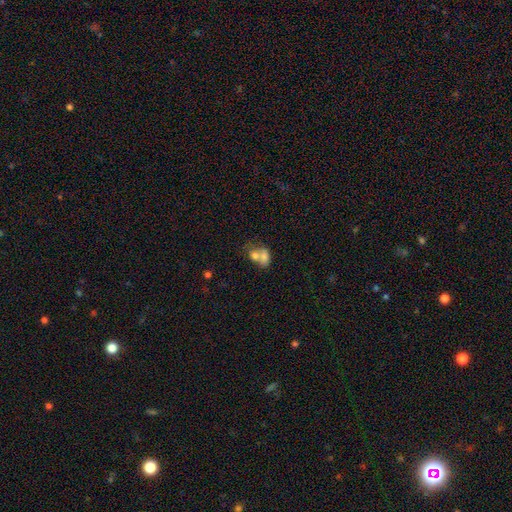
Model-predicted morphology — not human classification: A smooth galaxy with no disk features (71%) that is in between round and cigar-shaped (69%).

Vote fractions:
- Smooth or featured? smooth: 71% / featured or disk: 19% / star or artifact: 10%
- How rounded? in between: 69% / round: 30% / cigar-shaped: 2%
- Merging? merger: 70% / none: 17% / minor disturbance: 7% / major disturbance: 5%